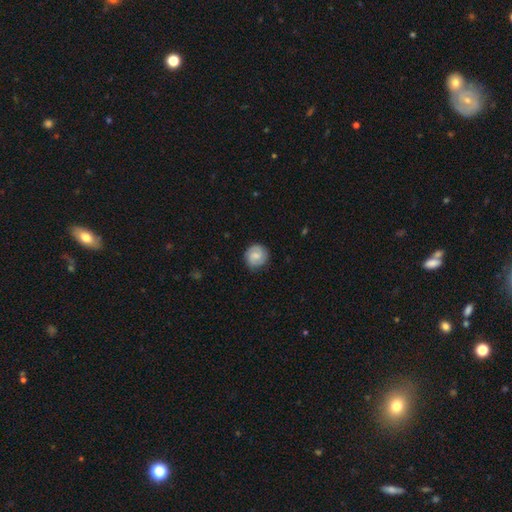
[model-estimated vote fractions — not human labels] Smooth or featured?
  - smooth: 61% *
  - featured or disk: 32%
  - star or artifact: 7%
How rounded?
  - round: 88% *
  - in between: 11%
  - cigar-shaped: 1%
Merging?
  - none: 84% *
  - minor disturbance: 12%
  - major disturbance: 3%
  - merger: 1%